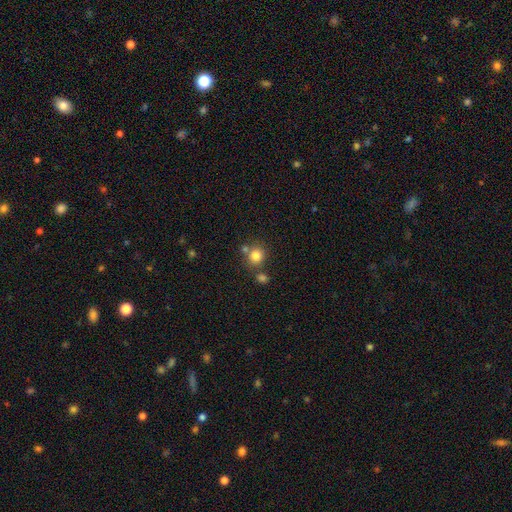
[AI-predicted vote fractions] Smooth or featured?
  - smooth: 81% *
  - star or artifact: 12%
  - featured or disk: 7%
How rounded?
  - round: 89% *
  - in between: 10%
  - cigar-shaped: 1%
Merging?
  - none: 67% *
  - merger: 20%
  - minor disturbance: 10%
  - major disturbance: 4%